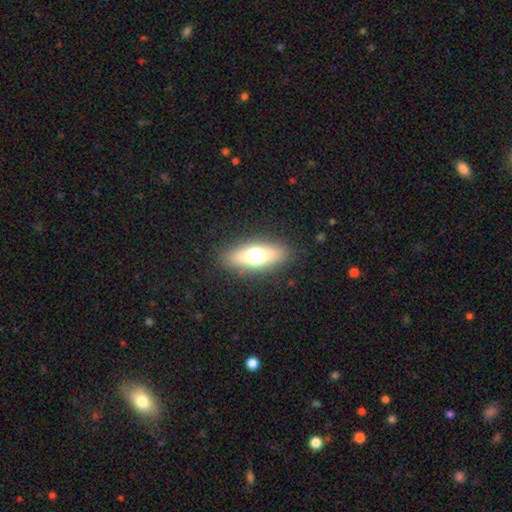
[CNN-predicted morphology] This appears to be a smooth galaxy with no disk features (54%) that is in between round and cigar-shaped (65%). Merging: none (87%).